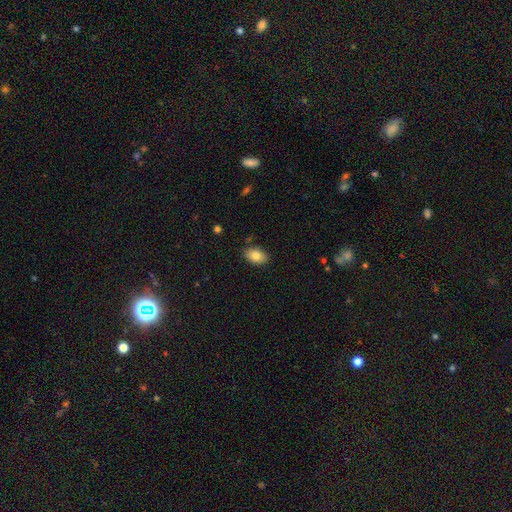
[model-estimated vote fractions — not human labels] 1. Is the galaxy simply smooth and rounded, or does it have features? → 82% smooth, 10% featured or disk, 8% star or artifact.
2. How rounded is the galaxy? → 87% in between, 12% round, 1% cigar-shaped.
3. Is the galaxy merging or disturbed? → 84% none, 12% minor disturbance, 2% major disturbance, 2% merger.